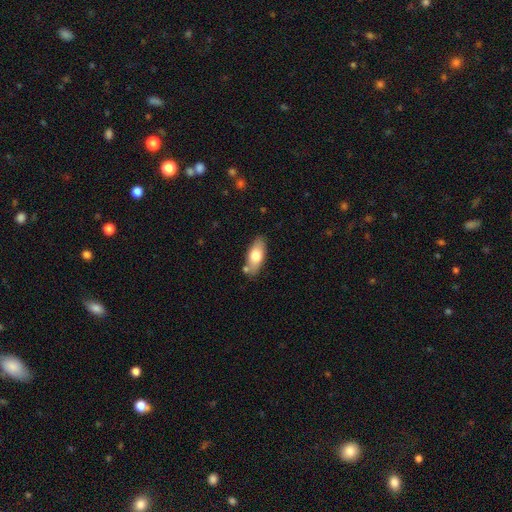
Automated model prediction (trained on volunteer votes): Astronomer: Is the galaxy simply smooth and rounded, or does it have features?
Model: smooth — 72%.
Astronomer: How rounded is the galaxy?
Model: in between — 85%.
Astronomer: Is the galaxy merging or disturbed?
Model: none — 75%.